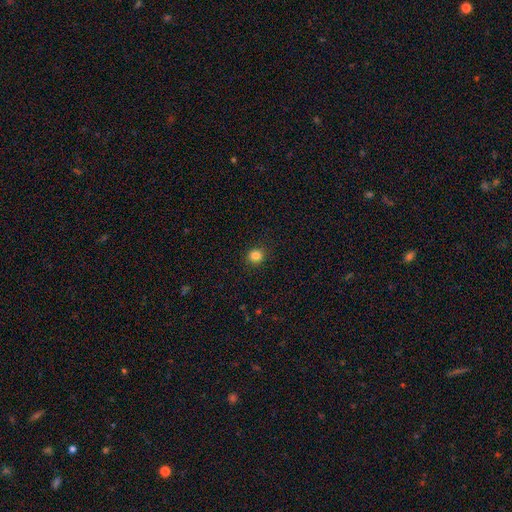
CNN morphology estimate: Smooth or featured? Predicted: smooth (p=0.84). How rounded? Predicted: round (p=0.88). Merging? Predicted: none (p=0.91).